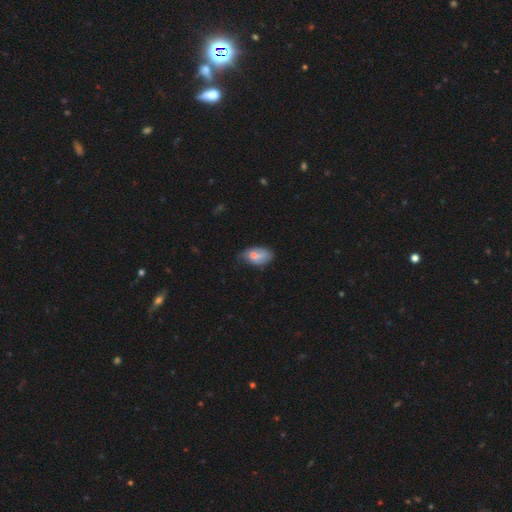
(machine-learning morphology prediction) This is possibly a smooth galaxy (52%). How rounded: clearly in between (88%). Merging: possibly none (46%).